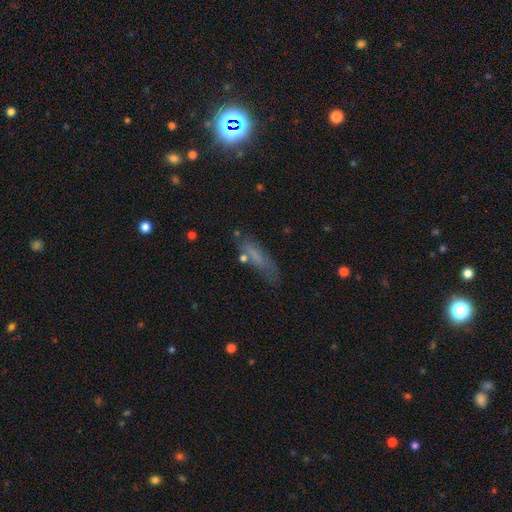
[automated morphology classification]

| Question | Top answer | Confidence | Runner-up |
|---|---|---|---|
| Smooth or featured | smooth | 60% | featured or disk (26%) |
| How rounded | cigar-shaped | 64% | in between (33%) |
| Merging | none | 62% | minor disturbance (23%) |